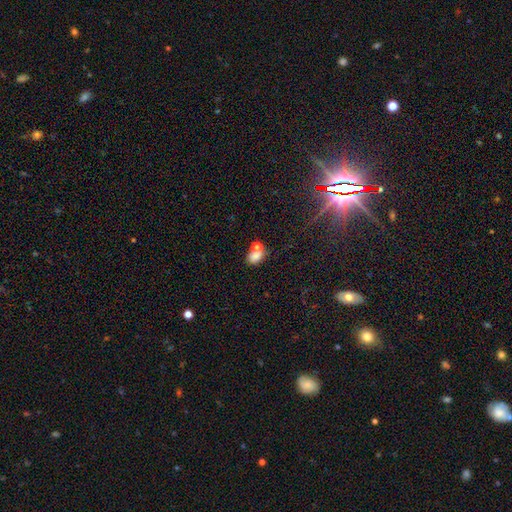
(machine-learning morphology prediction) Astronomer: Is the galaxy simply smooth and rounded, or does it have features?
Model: smooth — 71%.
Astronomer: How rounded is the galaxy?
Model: in between — 64%.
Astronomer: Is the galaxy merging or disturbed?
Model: merger — 48% (runner-up: none, 33%).